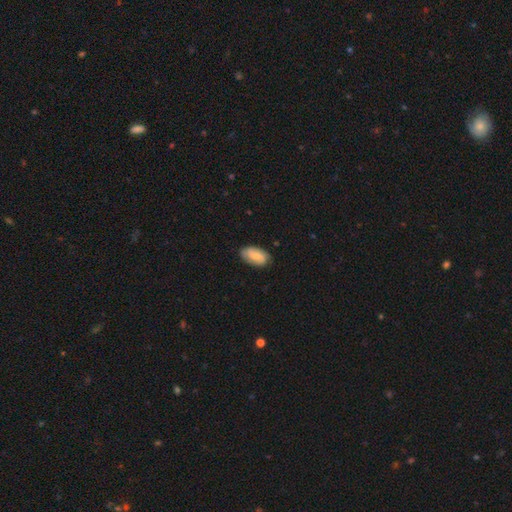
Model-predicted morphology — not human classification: type=smooth (70%); roundness=in between (94%); merging=none (79%).